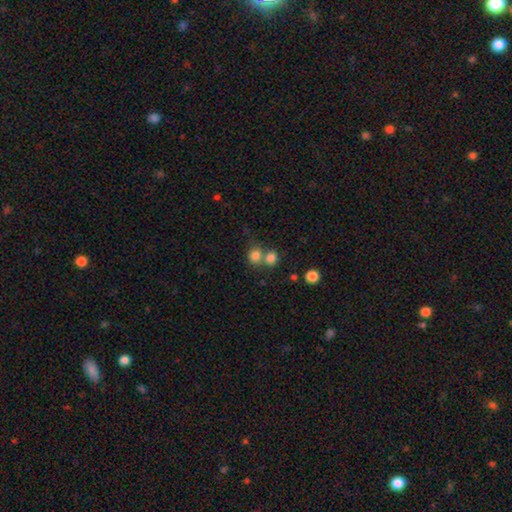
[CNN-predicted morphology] Smooth or featured? Predicted: smooth (p=0.80). How rounded? Predicted: round (p=0.81). Merging? Predicted: none (p=0.48).